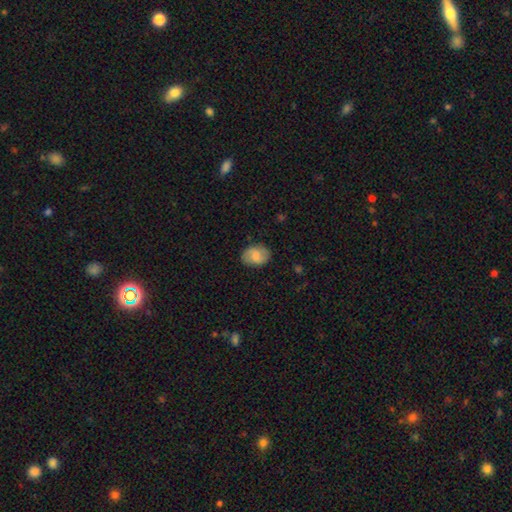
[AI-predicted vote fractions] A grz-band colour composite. It shows a smooth galaxy with no disk features (67%) that is in between round and cigar-shaped (71%). Merging: none (82%).